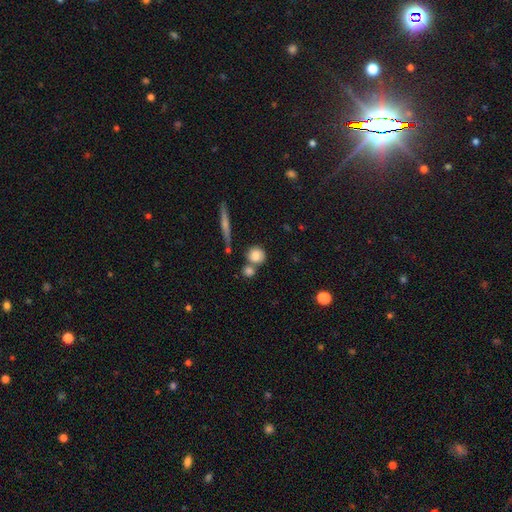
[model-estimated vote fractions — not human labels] Morphology: type=smooth (81%); roundness=round (82%); merging=none (59%).